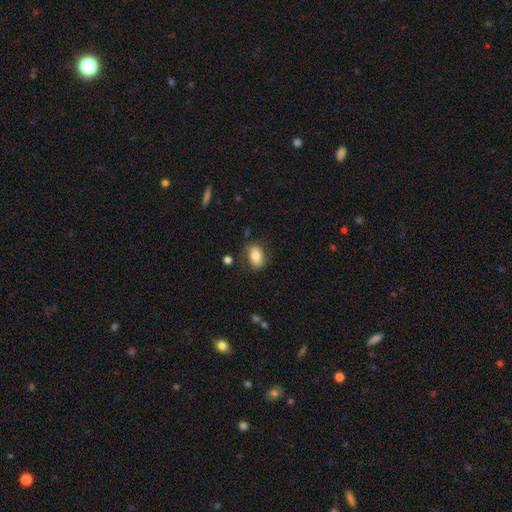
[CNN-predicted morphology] Smooth or featured: smooth — 79% (featured or disk — 13%)
How rounded: in between — 86% (round — 11%)
Merging: none — 79% (minor disturbance — 15%)